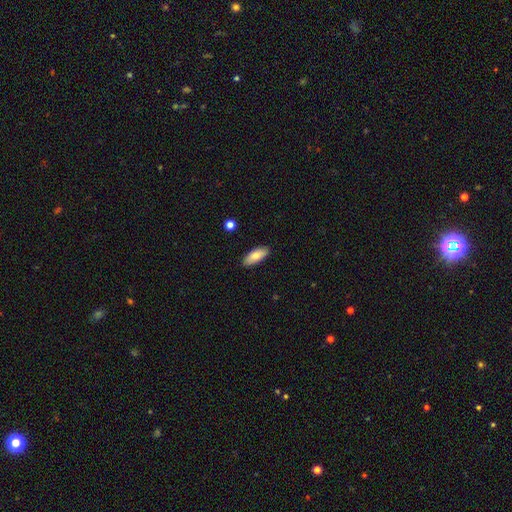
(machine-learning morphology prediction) smooth-or-featured: smooth: 80% | featured or disk: 14% | star or artifact: 6%
  how-rounded: in between: 78% | cigar-shaped: 20% | round: 2%
  merging: none: 88% | minor disturbance: 9% | major disturbance: 2% | merger: 1%